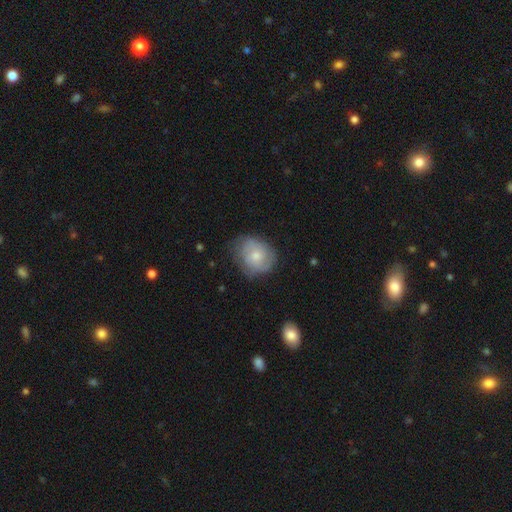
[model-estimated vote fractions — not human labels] Smooth or featured? smooth (57%)
How rounded? round (66%)
Merging? none (59%)